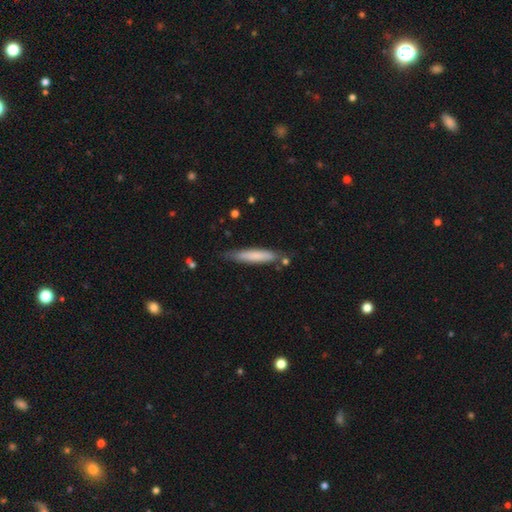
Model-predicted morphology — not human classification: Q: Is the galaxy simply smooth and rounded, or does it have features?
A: smooth — 73%.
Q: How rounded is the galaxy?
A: cigar-shaped — 89%.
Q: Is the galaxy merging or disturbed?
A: none — 77%.